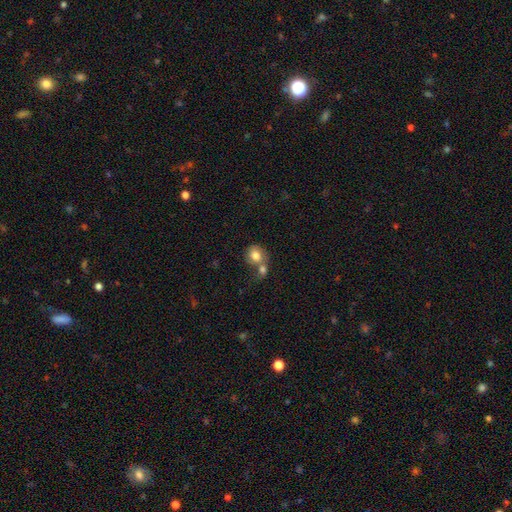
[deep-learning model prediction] Smooth or featured: smooth — 79% (featured or disk — 12%)
How rounded: round — 74% (in between — 25%)
Merging: merger — 55% (none — 31%)